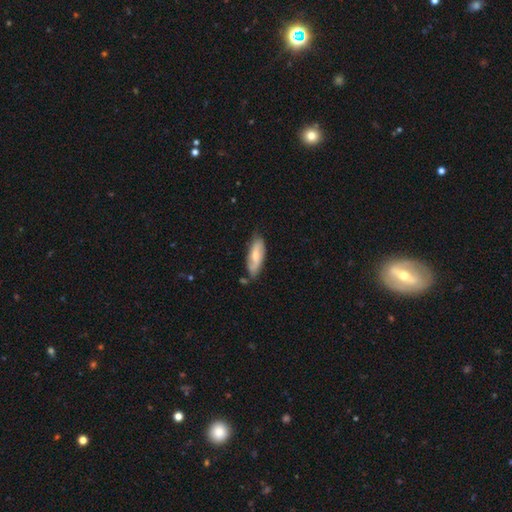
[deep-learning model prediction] The model was most divided on "smooth or featured": featured or disk: 48%, smooth: 47%, star or artifact: 6%. More confident: merging — none (68%).